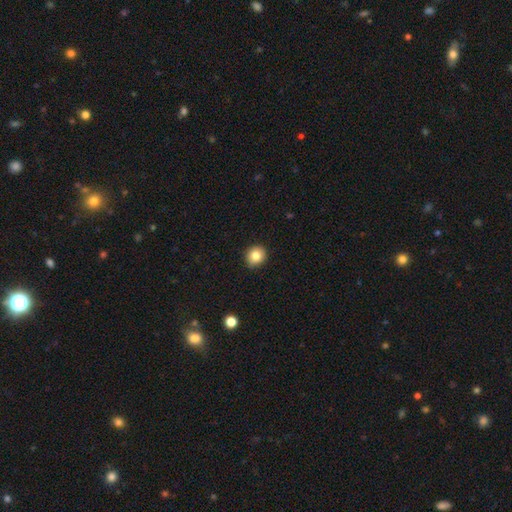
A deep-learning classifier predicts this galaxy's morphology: smooth 83%, star or artifact 10%, featured or disk 7%. Down the decision tree: how rounded — round (85%); merging — none (90%).